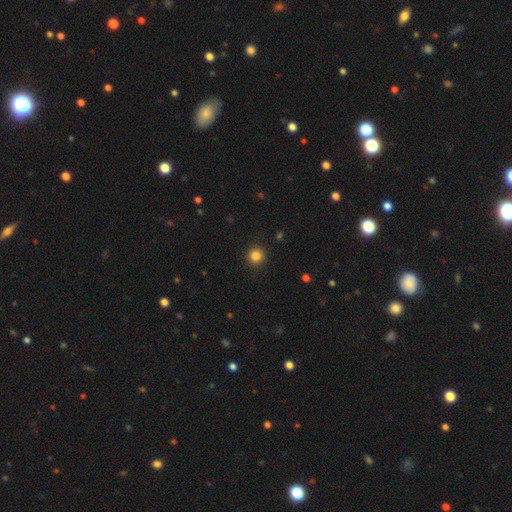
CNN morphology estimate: Q: Smooth or featured?
A: smooth (84%); runner-up: star or artifact (12%)
Q: How rounded?
A: round (94%); runner-up: in between (5%)
Q: Merging?
A: none (92%); runner-up: minor disturbance (5%)